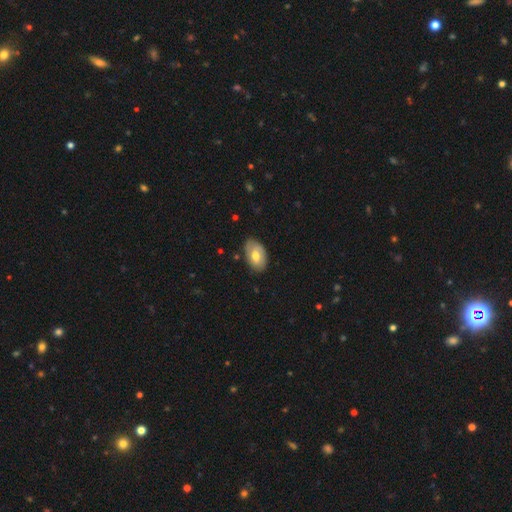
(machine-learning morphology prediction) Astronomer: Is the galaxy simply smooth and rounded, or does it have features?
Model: smooth — 60%.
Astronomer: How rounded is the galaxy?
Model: in between — 92%.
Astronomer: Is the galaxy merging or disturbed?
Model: none — 76%.